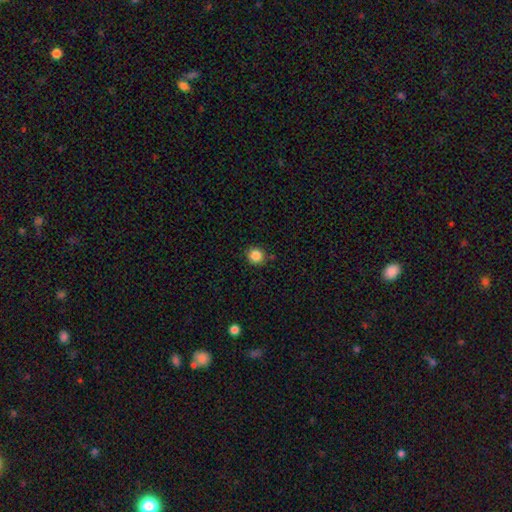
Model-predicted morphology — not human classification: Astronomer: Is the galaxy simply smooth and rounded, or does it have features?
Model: smooth — 86%.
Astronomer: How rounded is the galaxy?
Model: round — 92%.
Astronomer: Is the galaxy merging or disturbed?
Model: none — 87%.